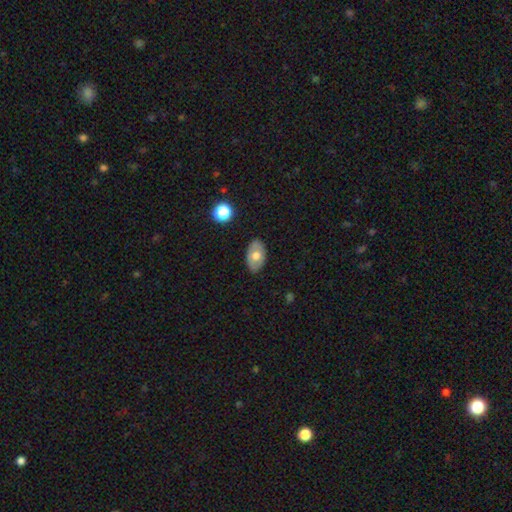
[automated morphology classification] Overall: smooth (59%; featured or disk 34%). How rounded: in between (90%). Merging: none (84%).